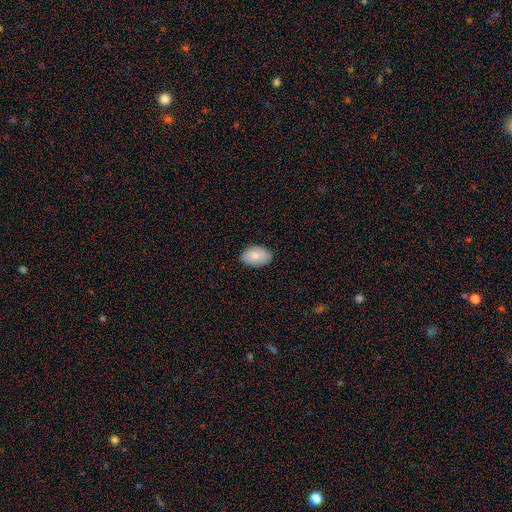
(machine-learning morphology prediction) smooth_or_featured: smooth (p=0.82) [alt: featured or disk p=0.11]
how_rounded: in between (p=0.89) [alt: round p=0.10]
merging: none (p=0.85) [alt: minor disturbance p=0.12]